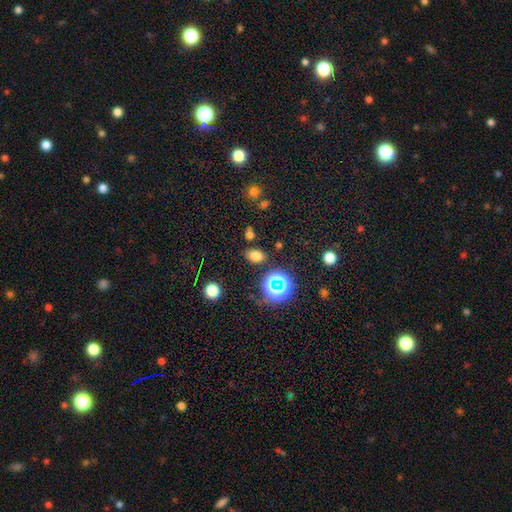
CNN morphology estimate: Q: Smooth or featured?
A: smooth (71%); runner-up: star or artifact (22%)
Q: How rounded?
A: in between (77%); runner-up: round (22%)
Q: Merging?
A: none (82%); runner-up: minor disturbance (10%)